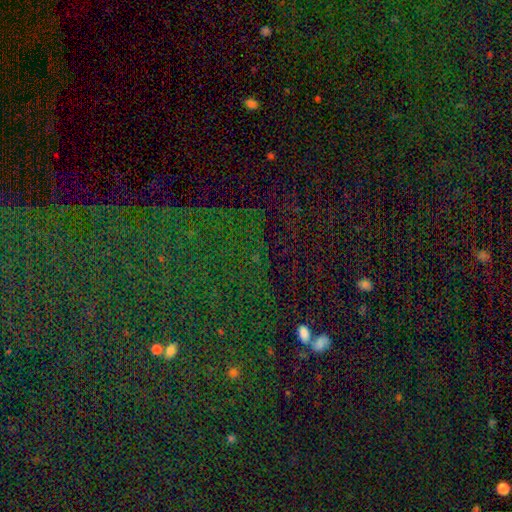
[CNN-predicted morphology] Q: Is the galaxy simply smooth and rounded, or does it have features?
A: star or artifact — 83%.